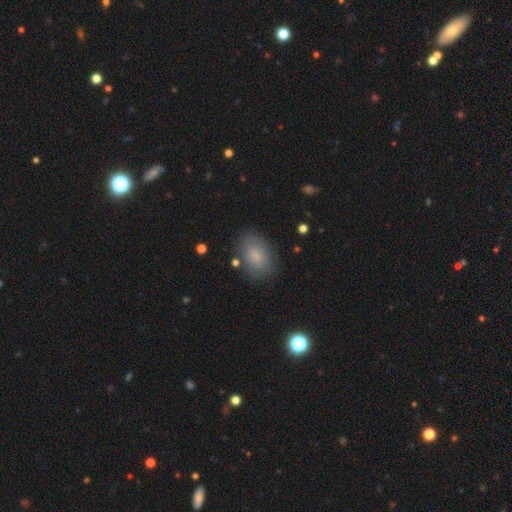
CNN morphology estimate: Smooth or featured? smooth (78%)
How rounded? in between (84%)
Merging? none (80%)